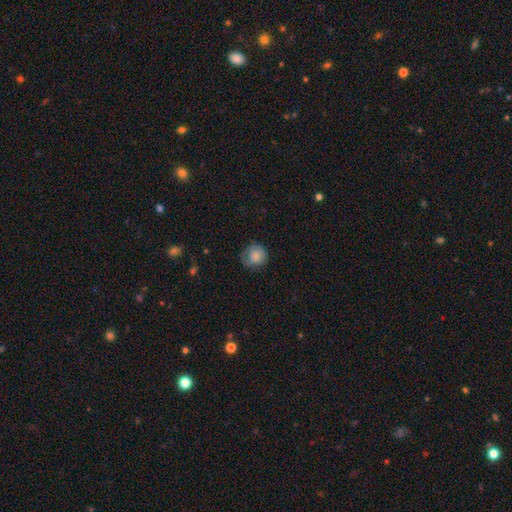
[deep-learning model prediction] smooth-or-featured: smooth: 80% | featured or disk: 12% | star or artifact: 8%
  how-rounded: round: 87% | in between: 12% | cigar-shaped: 1%
  merging: none: 64% | minor disturbance: 25% | major disturbance: 10% | merger: 1%